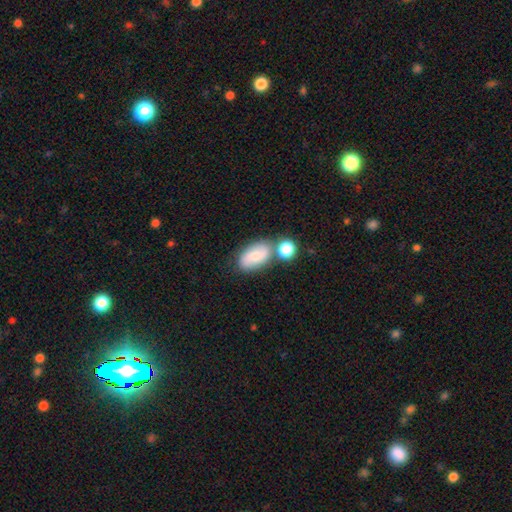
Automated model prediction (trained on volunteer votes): Smooth or featured? smooth (66%)
How rounded? in between (89%)
Merging? none (54%)